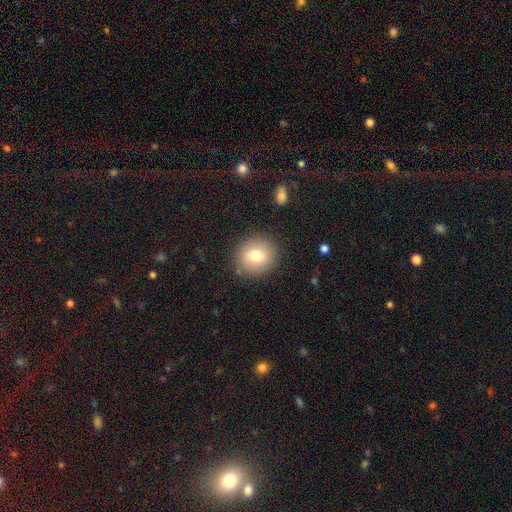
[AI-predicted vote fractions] Smooth or featured? Predicted: smooth (p=0.74). How rounded? Predicted: round (p=0.87). Merging? Predicted: none (p=0.87).